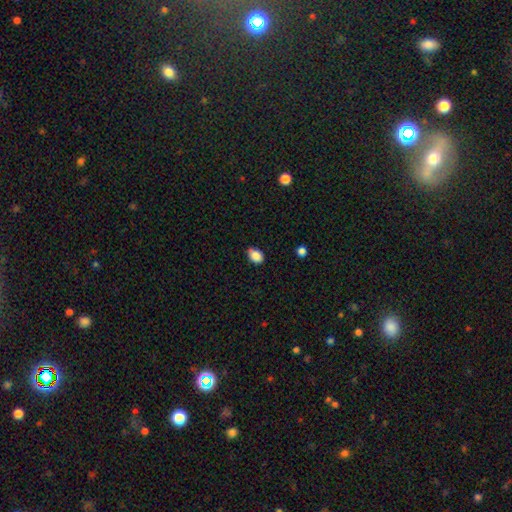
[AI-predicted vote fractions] Q: Smooth or featured?
A: smooth (87%); runner-up: star or artifact (8%)
Q: How rounded?
A: in between (76%); runner-up: round (23%)
Q: Merging?
A: none (71%); runner-up: minor disturbance (24%)